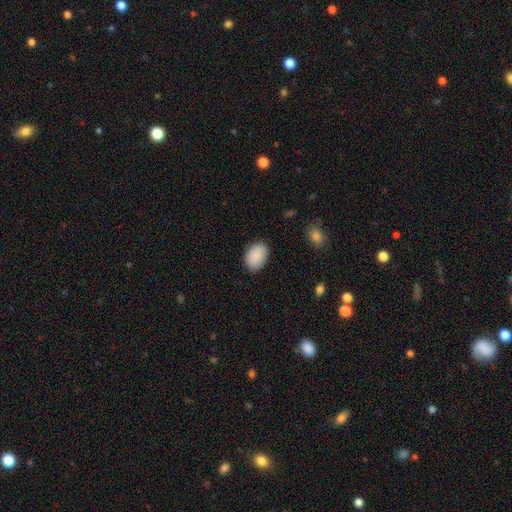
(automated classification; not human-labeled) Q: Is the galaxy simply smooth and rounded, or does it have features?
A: smooth — 90%.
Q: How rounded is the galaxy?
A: in between — 86%.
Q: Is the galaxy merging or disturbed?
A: none — 86%.